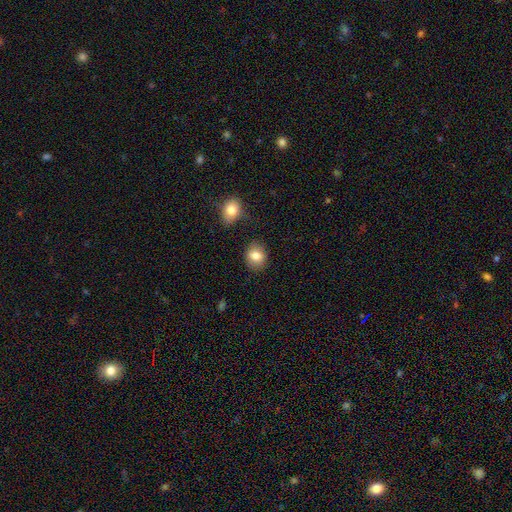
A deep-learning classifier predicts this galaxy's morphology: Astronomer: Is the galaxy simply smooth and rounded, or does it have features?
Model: smooth — 82%.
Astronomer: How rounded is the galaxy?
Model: round — 60% (runner-up: in between, 39%).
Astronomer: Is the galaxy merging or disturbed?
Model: none — 82%.